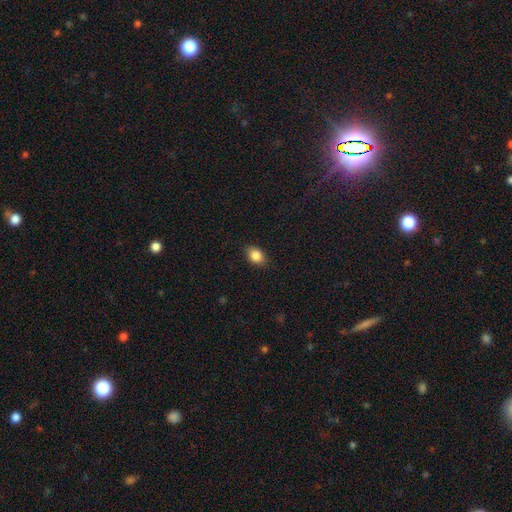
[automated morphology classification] Smooth or featured: smooth — 87% (star or artifact — 8%)
How rounded: in between — 76% (round — 23%)
Merging: none — 87% (minor disturbance — 10%)